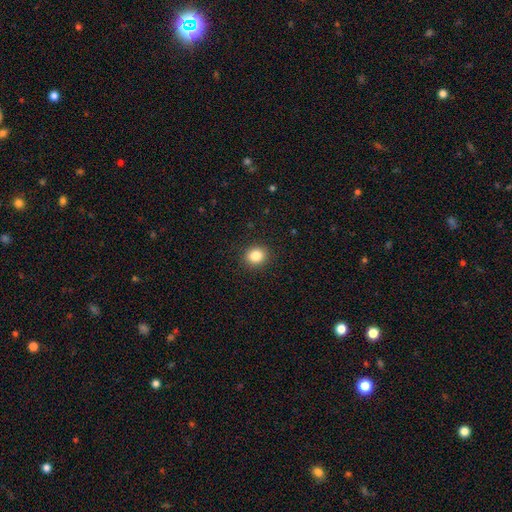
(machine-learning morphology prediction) smooth_or_featured: smooth (p=0.84) [alt: star or artifact p=0.10]
how_rounded: round (p=0.74) [alt: in between p=0.25]
merging: none (p=0.90) [alt: minor disturbance p=0.07]